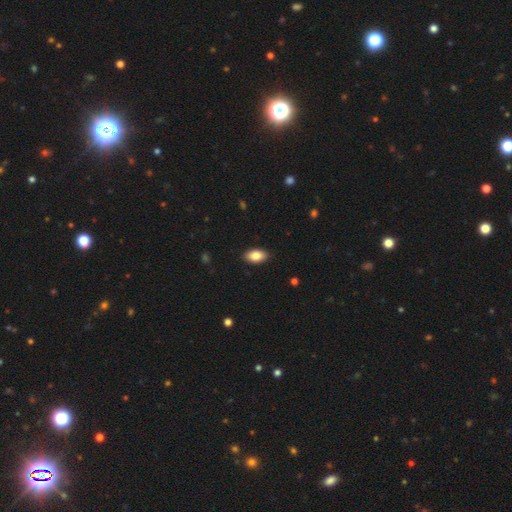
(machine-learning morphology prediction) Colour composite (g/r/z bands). It shows a smooth galaxy with no disk features (85%) that is in between round and cigar-shaped (93%). Merging: none (89%).